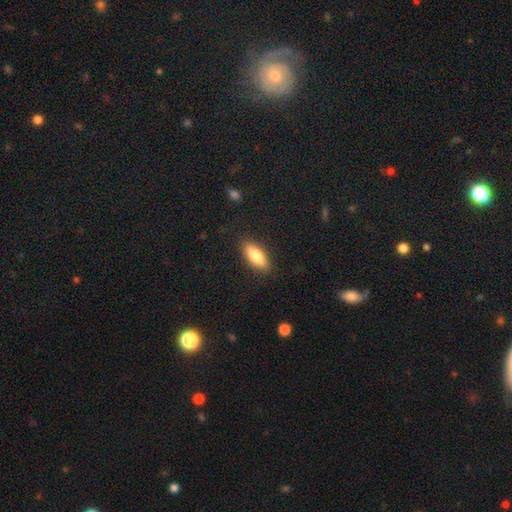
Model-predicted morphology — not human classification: Smooth or featured? Predicted: smooth (p=0.83). How rounded? Predicted: in between (p=0.67). Merging? Predicted: none (p=0.87).